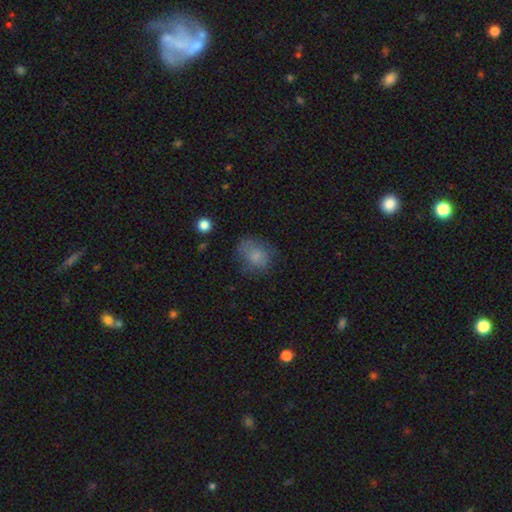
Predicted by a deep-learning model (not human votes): Morphology: type=smooth (74%); roundness=round (51%); merging=none (55%).